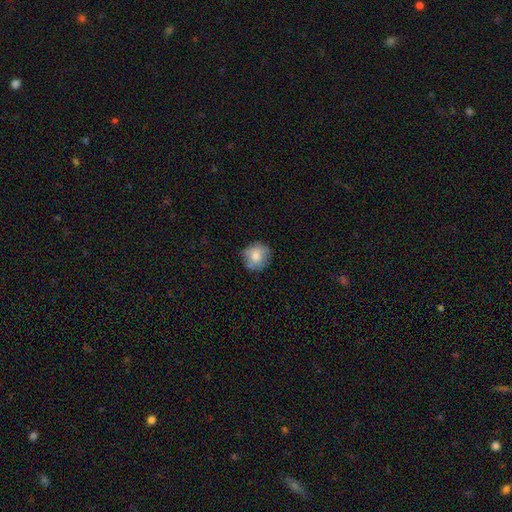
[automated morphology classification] Overall: smooth (73%). How rounded: round (86%). Merging: none (73%).